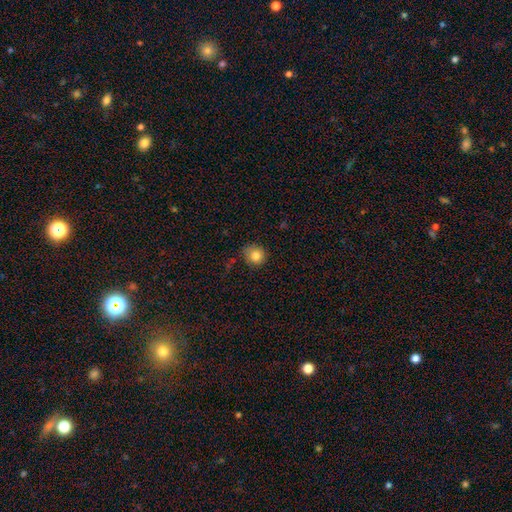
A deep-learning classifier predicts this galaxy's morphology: Smooth or featured: smooth — 82% (star or artifact — 10%)
How rounded: round — 87% (in between — 12%)
Merging: none — 79% (minor disturbance — 16%)